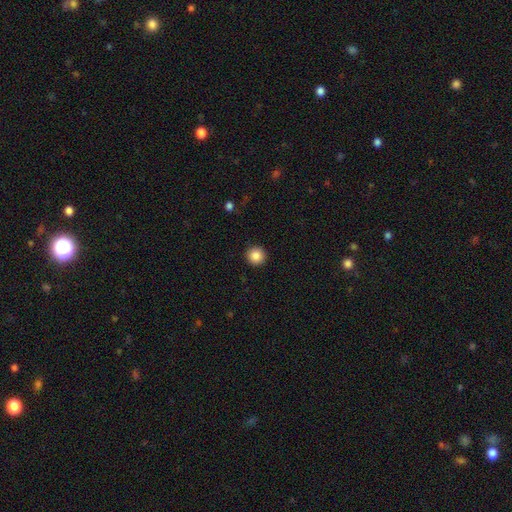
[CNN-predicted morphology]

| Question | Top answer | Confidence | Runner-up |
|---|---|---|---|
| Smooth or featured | smooth | 87% | star or artifact (9%) |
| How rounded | round | 96% | in between (3%) |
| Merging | none | 93% | minor disturbance (5%) |